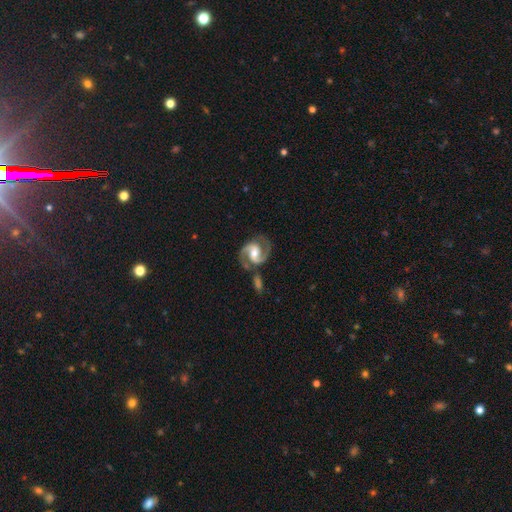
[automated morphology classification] The model was most divided on "bar": weak: 42%, strong: 31%, no: 26%. More confident: edge-on disk — no (98%); spiral arms — yes (98%); spiral arm count — 2 (94%); smooth or featured — featured or disk (91%); merging — none (73%); bulge size — moderate (67%); spiral winding — medium (63%).